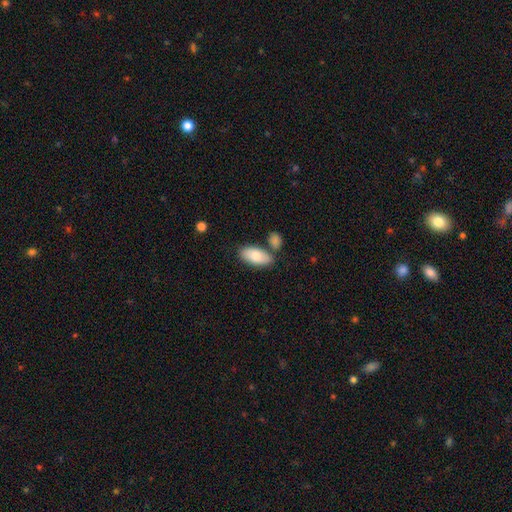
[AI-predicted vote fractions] smooth_or_featured: smooth (p=0.80) [alt: featured or disk p=0.15]
how_rounded: in between (p=0.92) [alt: cigar-shaped p=0.05]
merging: none (p=0.70) [alt: merger p=0.14]